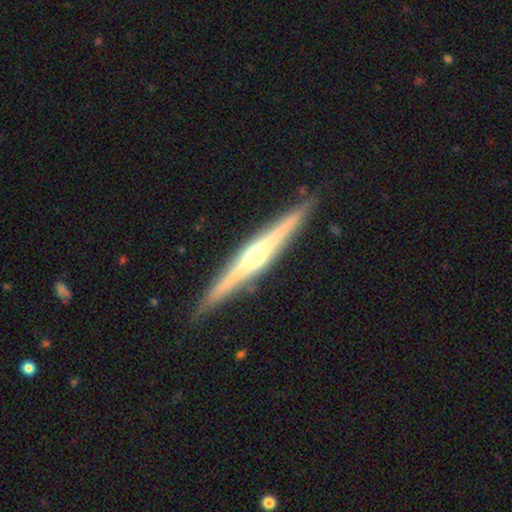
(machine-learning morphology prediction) Q: Smooth or featured?
A: featured or disk (81%); runner-up: smooth (14%)
Q: Edge-on disk?
A: yes (98%); runner-up: no (2%)
Q: Edge-on bulge?
A: rounded (91%); runner-up: boxy (5%)
Q: Merging?
A: none (90%); runner-up: minor disturbance (8%)